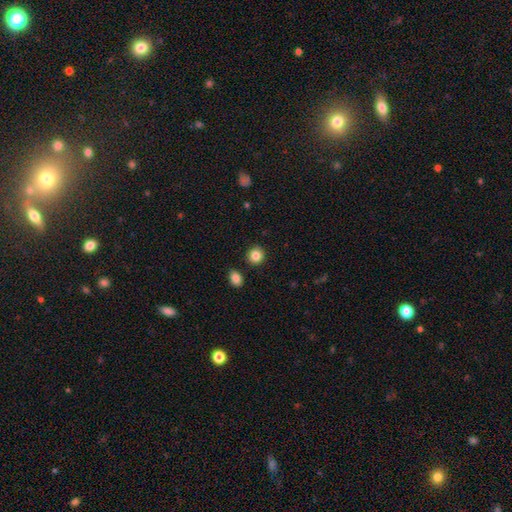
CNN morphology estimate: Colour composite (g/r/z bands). It shows a smooth galaxy with no disk features (85%) that is round (89%). Merging: none (89%).